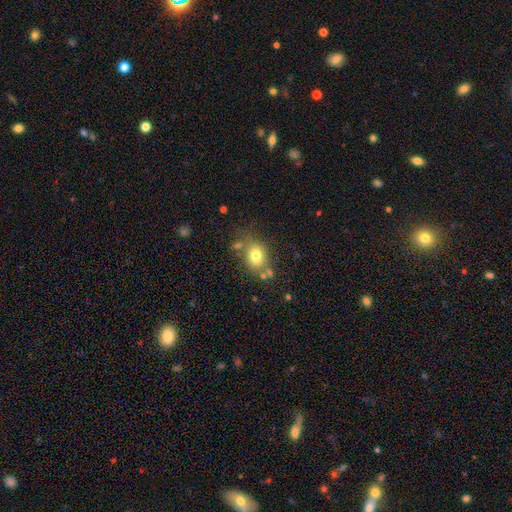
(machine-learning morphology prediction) smooth_or_featured: smooth (p=0.75) [alt: featured or disk p=0.13]
how_rounded: in between (p=0.55) [alt: round p=0.44]
merging: none (p=0.66) [alt: minor disturbance p=0.16]